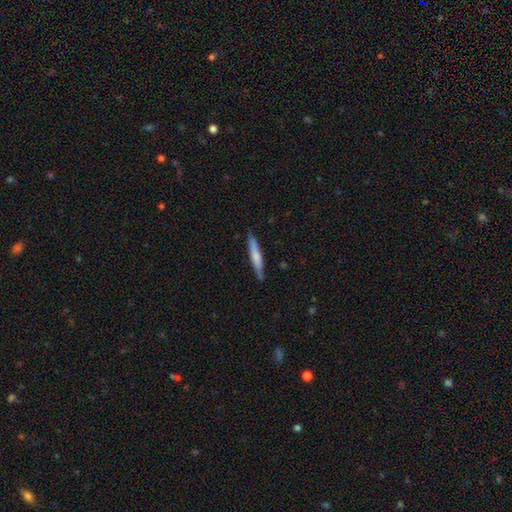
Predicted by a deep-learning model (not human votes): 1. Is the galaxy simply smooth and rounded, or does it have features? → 63% smooth, 32% featured or disk, 6% star or artifact.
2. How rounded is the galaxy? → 94% cigar-shaped, 5% in between, 1% round.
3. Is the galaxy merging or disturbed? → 86% none, 11% minor disturbance, 2% major disturbance, 2% merger.